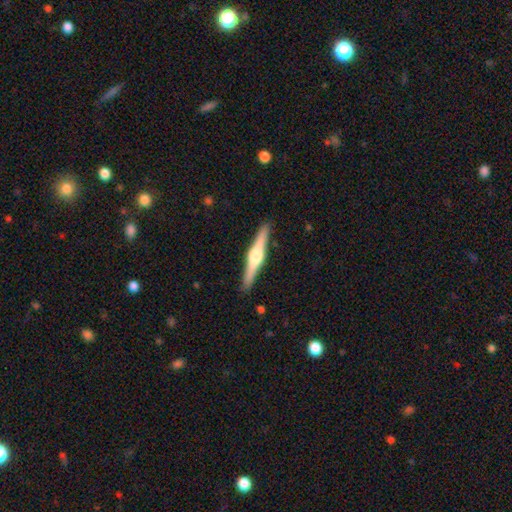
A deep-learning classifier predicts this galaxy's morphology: The model was most divided on "smooth or featured": featured or disk: 72%, smooth: 23%, star or artifact: 5%. More confident: edge-on disk — yes (98%); edge-on bulge — rounded (91%); merging — none (91%).